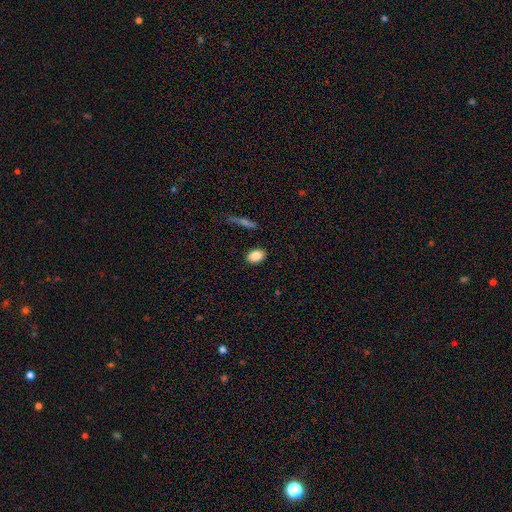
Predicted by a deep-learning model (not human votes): Smooth or featured: smooth — 87% (star or artifact — 8%)
How rounded: in between — 83% (round — 15%)
Merging: none — 88% (minor disturbance — 8%)